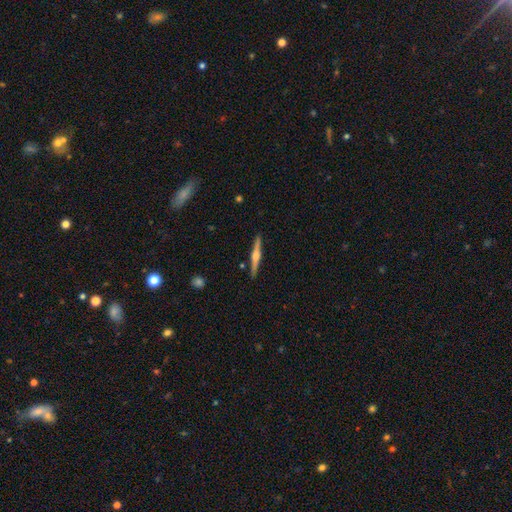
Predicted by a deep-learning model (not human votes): A featured or disk galaxy (72%) viewed edge-on (98%) with a rounded central bulge (84%). Merging: none (91%).